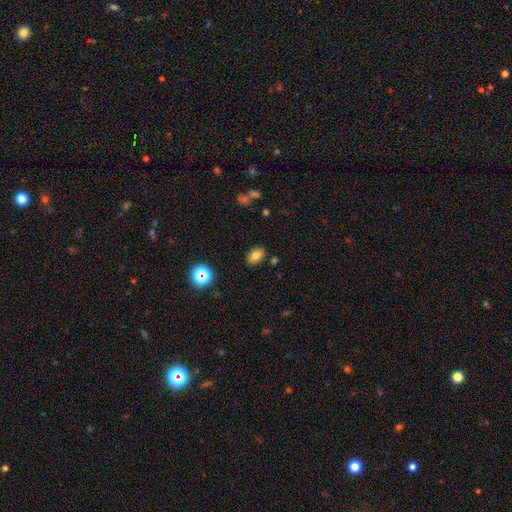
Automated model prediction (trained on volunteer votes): Smooth or featured?
  - smooth: 76% *
  - star or artifact: 12%
  - featured or disk: 11%
How rounded?
  - in between: 85% *
  - round: 12%
  - cigar-shaped: 3%
Merging?
  - none: 85% *
  - minor disturbance: 9%
  - merger: 3%
  - major disturbance: 2%